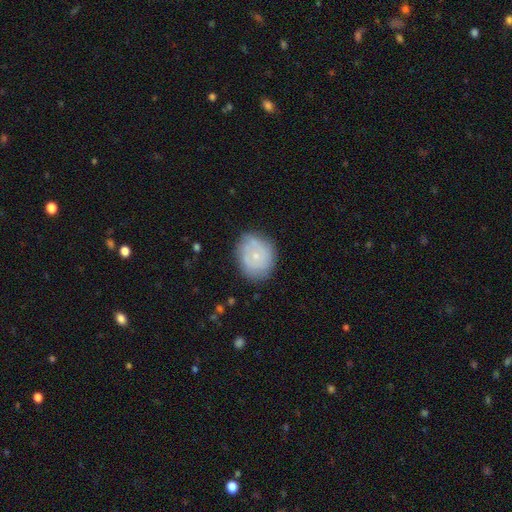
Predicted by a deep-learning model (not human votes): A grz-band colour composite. It shows a featured or disk galaxy (46%, tied with smooth). Merging: none (71%).